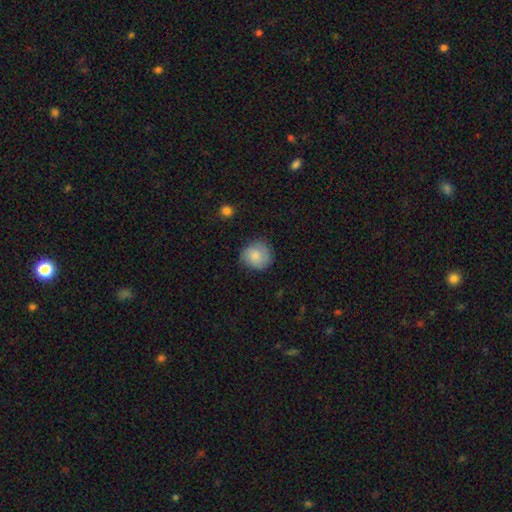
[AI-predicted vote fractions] Smooth or featured? Predicted: smooth (p=0.77). How rounded? Predicted: round (p=0.87). Merging? Predicted: none (p=0.76).